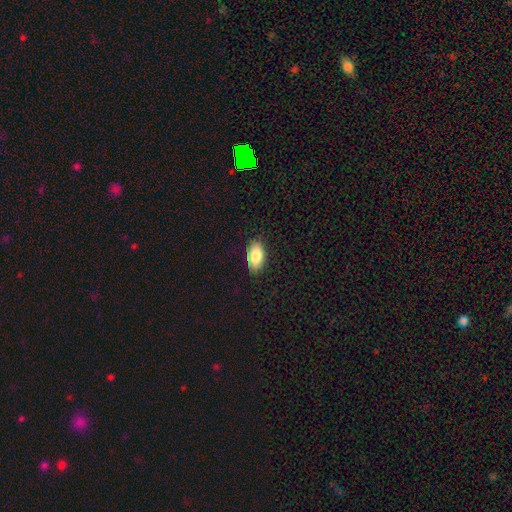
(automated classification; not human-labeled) This is clearly a smooth galaxy (87%). How rounded: clearly in between (94%). Merging: clearly none (87%).